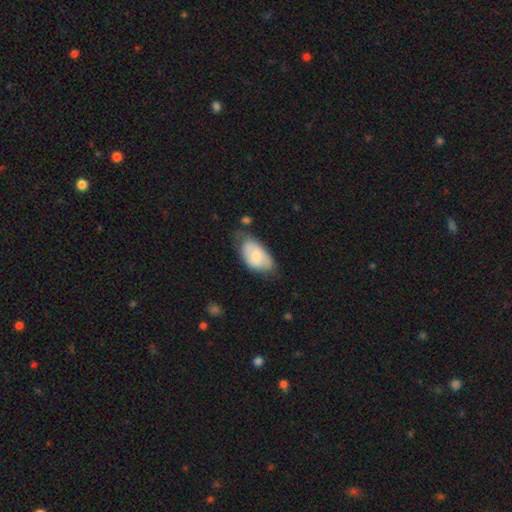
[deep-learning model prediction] Overall: smooth (69%). How rounded: in between (94%). Merging: none (47%; minor disturbance 38%).